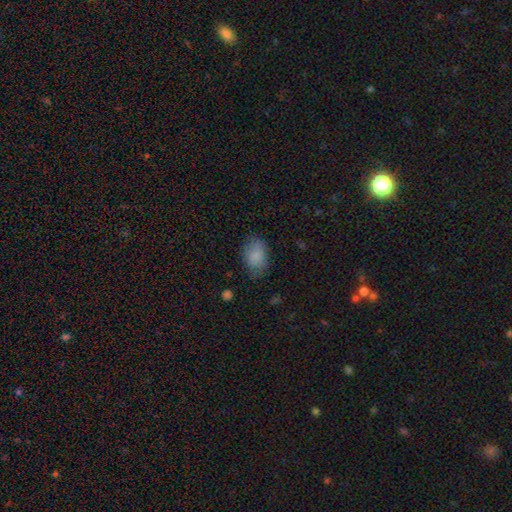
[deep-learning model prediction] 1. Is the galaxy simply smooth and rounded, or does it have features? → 82% smooth, 9% featured or disk, 8% star or artifact.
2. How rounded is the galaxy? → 85% in between, 14% round, 1% cigar-shaped.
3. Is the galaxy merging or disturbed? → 69% none, 22% minor disturbance, 7% major disturbance, 1% merger.